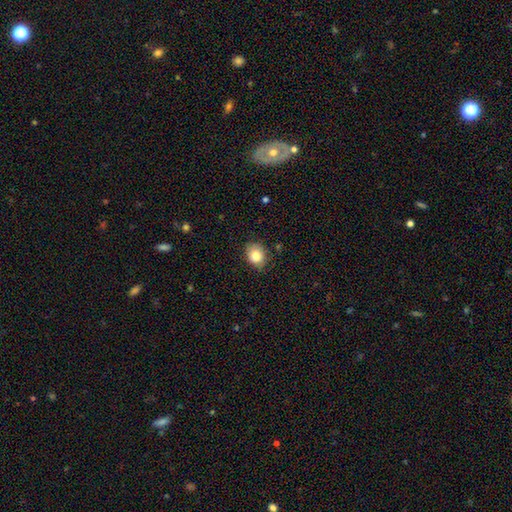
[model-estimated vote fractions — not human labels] A smooth galaxy with no disk features (85%) that is round (53%).

Vote fractions:
- Smooth or featured? smooth: 85% / star or artifact: 9% / featured or disk: 6%
- How rounded? round: 53% / in between: 47% / cigar-shaped: 1%
- Merging? none: 76% / minor disturbance: 19% / major disturbance: 4% / merger: 1%